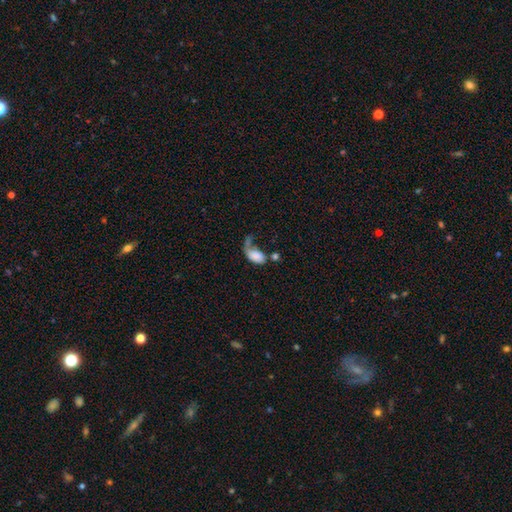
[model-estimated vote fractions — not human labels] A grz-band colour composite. It shows a smooth galaxy with no disk features (74%) that is in between round and cigar-shaped (90%). Merging: major disturbance (37%).